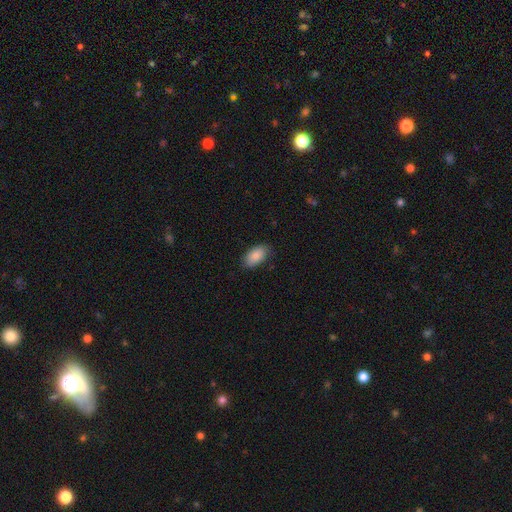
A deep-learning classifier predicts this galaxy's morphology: smooth 87%, featured or disk 7%, star or artifact 6%. Down the decision tree: how rounded — in between (94%); merging — none (83%).